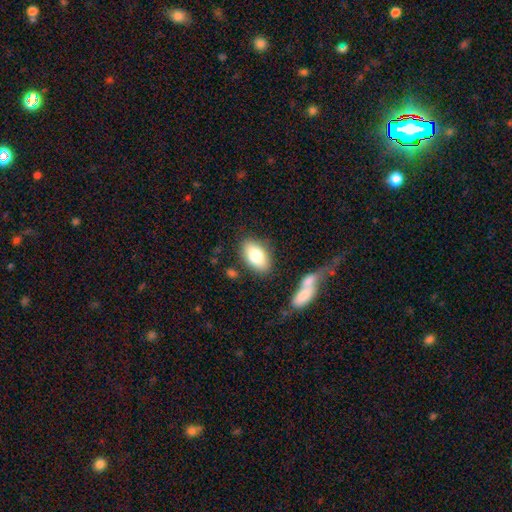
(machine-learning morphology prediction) Q: Smooth or featured?
A: smooth (80%); runner-up: featured or disk (14%)
Q: How rounded?
A: in between (91%); runner-up: round (6%)
Q: Merging?
A: none (78%); runner-up: minor disturbance (12%)